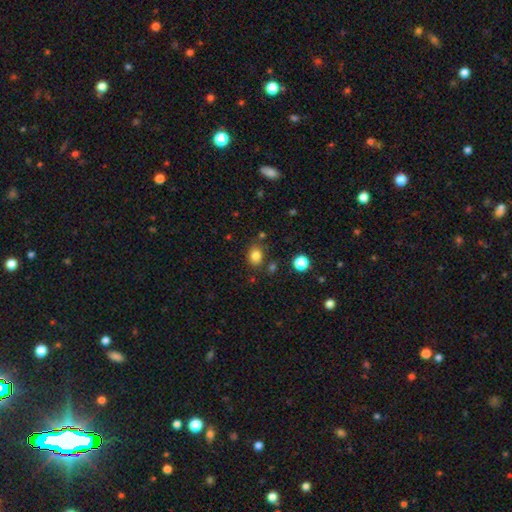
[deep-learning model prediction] A smooth galaxy with no disk features (83%) that is in between round and cigar-shaped (54%). Merging: none (79%).